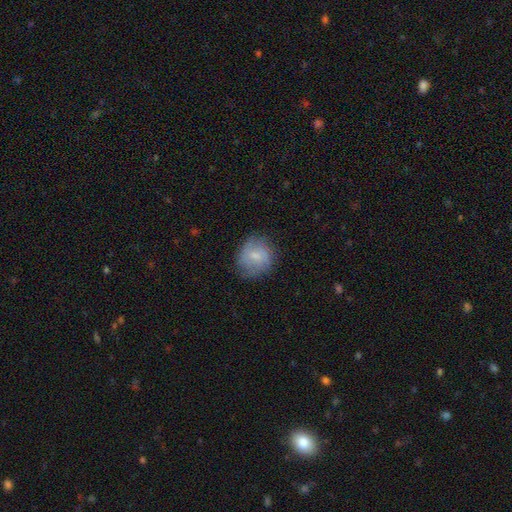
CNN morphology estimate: A smooth galaxy with no disk features (57%) that is round (77%).

Vote fractions:
- Smooth or featured? smooth: 57% / featured or disk: 35% / star or artifact: 8%
- How rounded? round: 77% / in between: 22% / cigar-shaped: 1%
- Merging? none: 69% / minor disturbance: 22% / major disturbance: 8% / merger: 1%